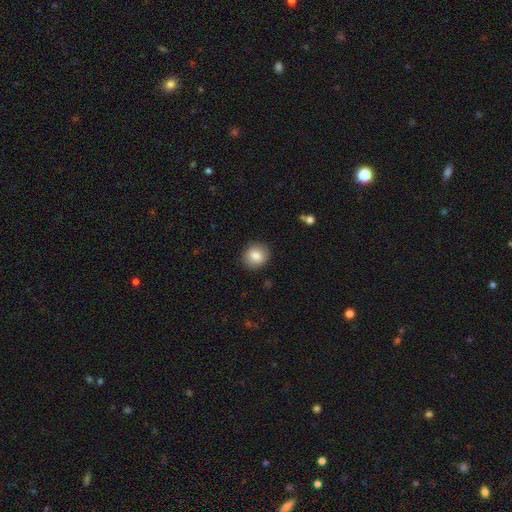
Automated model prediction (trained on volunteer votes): A smooth galaxy with no disk features (84%) that is round (81%).

Vote fractions:
- Smooth or featured? smooth: 84% / star or artifact: 8% / featured or disk: 8%
- How rounded? round: 81% / in between: 18% / cigar-shaped: 1%
- Merging? none: 89% / minor disturbance: 7% / major disturbance: 2% / merger: 1%